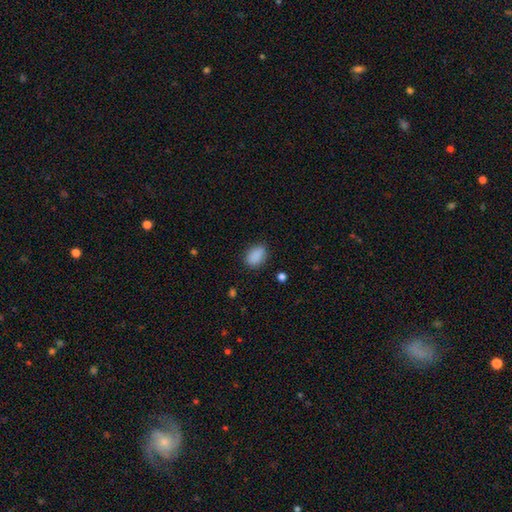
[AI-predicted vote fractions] smooth-or-featured: smooth: 89% | star or artifact: 8% | featured or disk: 3%
  how-rounded: in between: 86% | round: 12% | cigar-shaped: 2%
  merging: none: 82% | minor disturbance: 14% | major disturbance: 3% | merger: 1%